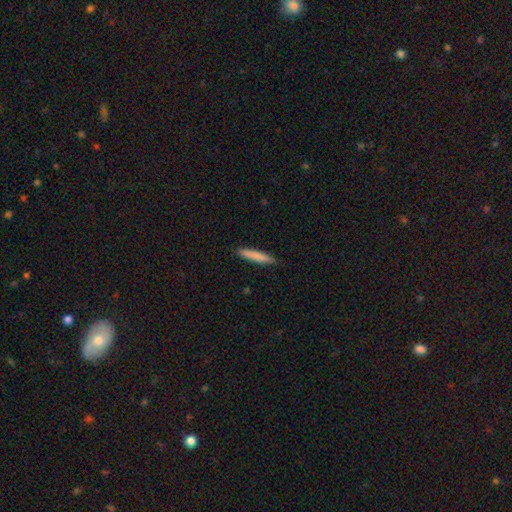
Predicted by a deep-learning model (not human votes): A smooth galaxy with no disk features (83%) that is cigar-shaped (91%).

Vote fractions:
- Smooth or featured? smooth: 83% / featured or disk: 12% / star or artifact: 6%
- How rounded? cigar-shaped: 91% / in between: 7% / round: 1%
- Merging? none: 88% / minor disturbance: 9% / major disturbance: 2% / merger: 1%